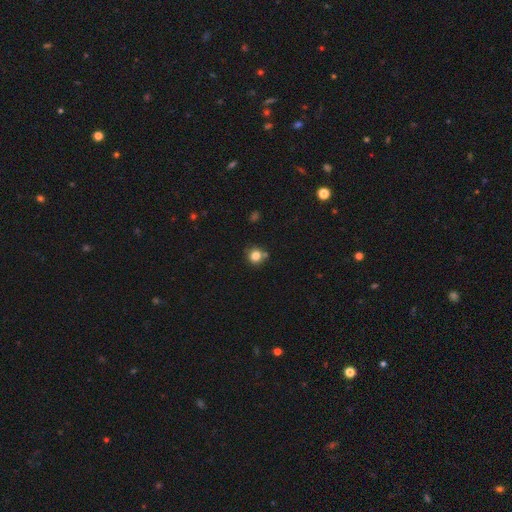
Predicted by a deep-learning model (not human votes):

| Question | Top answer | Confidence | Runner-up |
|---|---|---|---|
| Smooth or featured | smooth | 81% | star or artifact (12%) |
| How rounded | round | 90% | in between (10%) |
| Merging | none | 73% | minor disturbance (13%) |